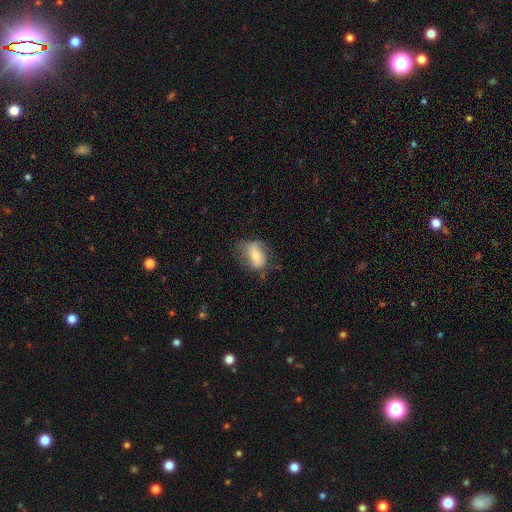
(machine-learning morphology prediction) smooth 51%, featured or disk 41%, star or artifact 8%. Down the decision tree: how rounded — in between (76%); merging — none (56%).